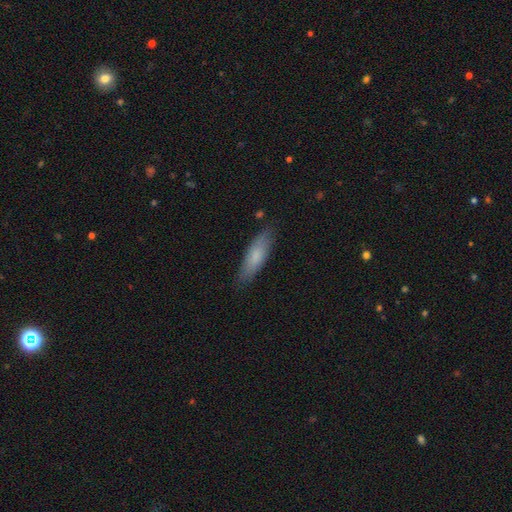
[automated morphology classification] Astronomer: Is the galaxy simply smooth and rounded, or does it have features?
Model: smooth — 76%.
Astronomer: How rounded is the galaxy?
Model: cigar-shaped — 57% (runner-up: in between, 41%).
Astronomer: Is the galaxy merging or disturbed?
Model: none — 82%.